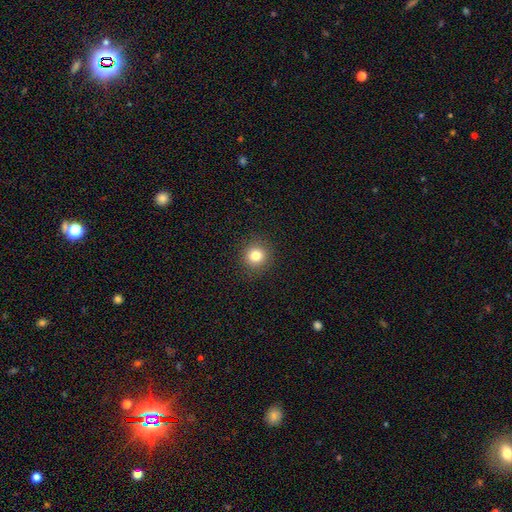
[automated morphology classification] A smooth galaxy with no disk features (81%) that is round (92%).

Vote fractions:
- Smooth or featured? smooth: 81% / star or artifact: 13% / featured or disk: 7%
- How rounded? round: 92% / in between: 7% / cigar-shaped: 1%
- Merging? none: 91% / minor disturbance: 6% / major disturbance: 2% / merger: 1%